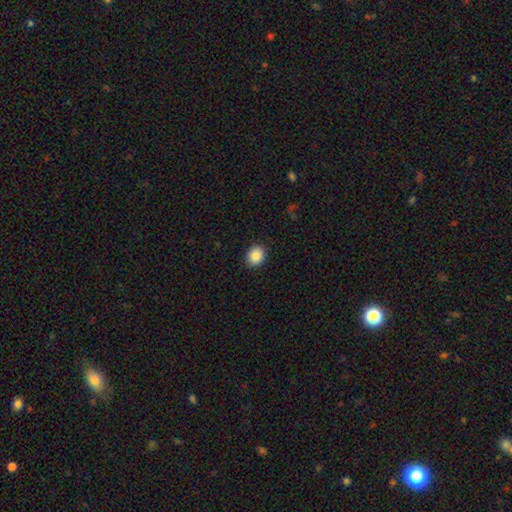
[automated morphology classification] type=smooth (87%); roundness=round (70%); merging=none (90%).